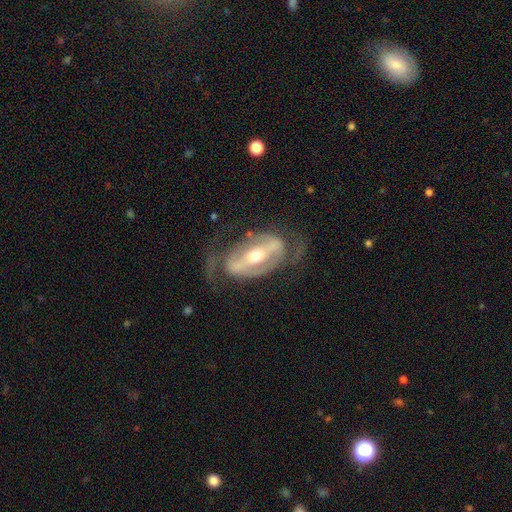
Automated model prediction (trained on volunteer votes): Smooth or featured?
  - featured or disk: 84% *
  - smooth: 11%
  - star or artifact: 5%
Edge-on disk?
  - no: 91% *
  - yes: 9%
Bar?
  - strong: 67% *
  - weak: 20%
  - no: 14%
Spiral arms?
  - yes: 71% *
  - no: 29%
Spiral winding?
  - medium: 43% *
  - tight: 33%
  - loose: 24%
Spiral arm count?
  - 2: 81% *
  - can't tell: 11%
  - 1: 4%
  - 3: 2%
  - 4: 1%
  - more than 4: 1%
Bulge size?
  - moderate: 62% *
  - small: 31%
  - large: 5%
  - dominant: 1%
  - none: 1%
Merging?
  - none: 62% *
  - major disturbance: 20%
  - minor disturbance: 17%
  - merger: 2%